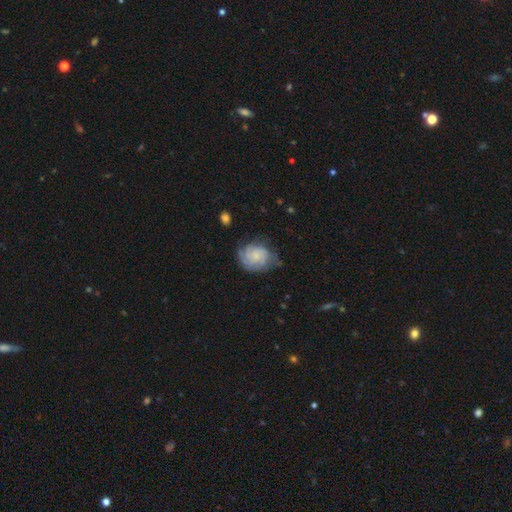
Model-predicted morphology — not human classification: Q: Smooth or featured?
A: featured or disk (63%); runner-up: smooth (30%)
Q: Edge-on disk?
A: no (98%); runner-up: yes (2%)
Q: Bar?
A: no (77%); runner-up: weak (21%)
Q: Spiral arms?
A: yes (90%); runner-up: no (10%)
Q: Spiral winding?
A: tight (61%); runner-up: medium (29%)
Q: Spiral arm count?
A: can't tell (40%); runner-up: 2 (22%)
Q: Bulge size?
A: small (56%); runner-up: none (21%)
Q: Merging?
A: none (56%); runner-up: minor disturbance (28%)